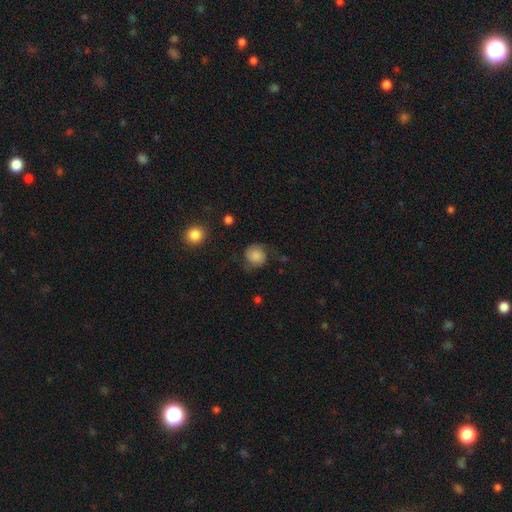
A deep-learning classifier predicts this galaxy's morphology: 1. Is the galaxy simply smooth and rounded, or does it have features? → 72% smooth, 19% featured or disk, 9% star or artifact.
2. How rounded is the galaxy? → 85% round, 14% in between, 1% cigar-shaped.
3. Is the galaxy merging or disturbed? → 65% none, 22% minor disturbance, 11% major disturbance, 2% merger.